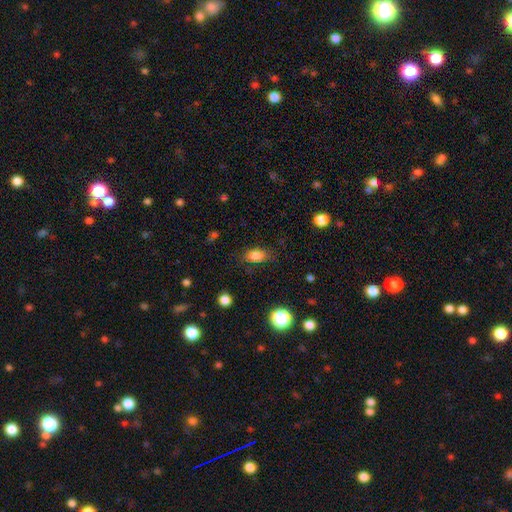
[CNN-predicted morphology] This appears to be a smooth galaxy with no disk features (81%) that is in between round and cigar-shaped (84%). Merging: none (74%).